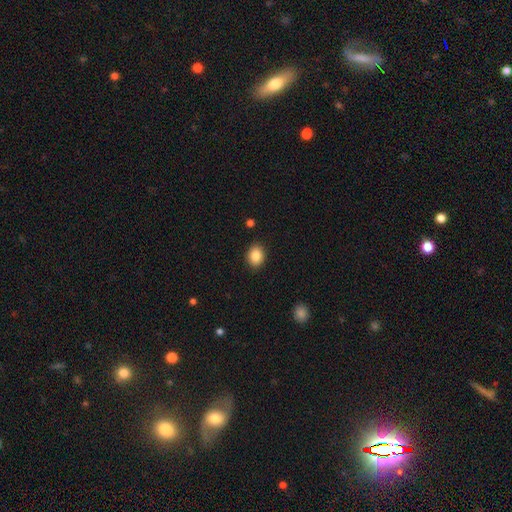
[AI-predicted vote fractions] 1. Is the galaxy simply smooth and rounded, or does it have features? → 86% smooth, 9% star or artifact, 5% featured or disk.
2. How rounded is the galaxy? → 55% in between, 44% round, 1% cigar-shaped.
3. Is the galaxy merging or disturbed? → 89% none, 7% minor disturbance, 2% major disturbance, 1% merger.